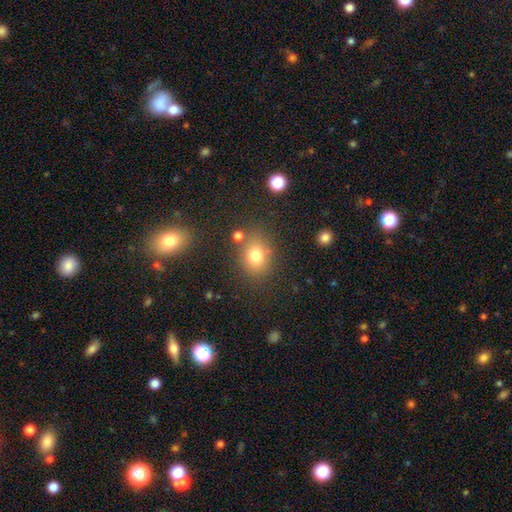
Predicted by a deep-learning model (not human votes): smooth 76%, star or artifact 14%, featured or disk 9%. Down the decision tree: how rounded — round (51%); merging — none (74%).